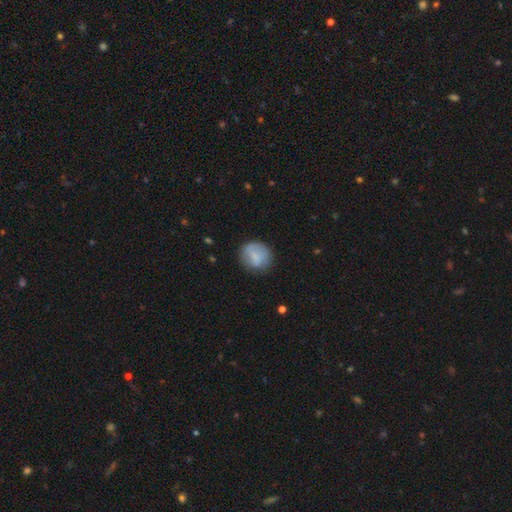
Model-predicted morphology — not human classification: This appears to be a smooth galaxy with no disk features (75%) that is round (78%). Merging: none (72%).